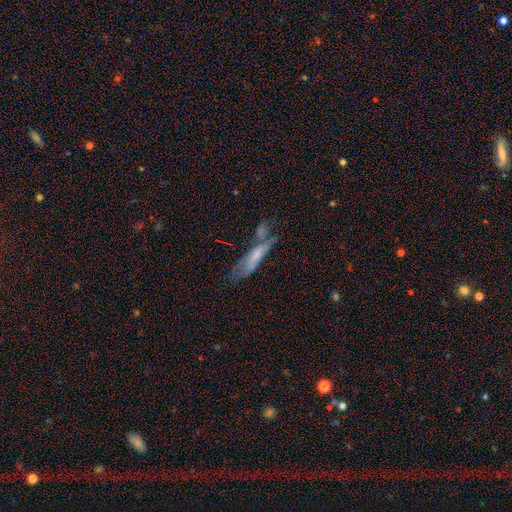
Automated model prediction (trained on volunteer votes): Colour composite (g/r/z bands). It shows a smooth galaxy with no disk features (51%) that is cigar-shaped (69%). Merging: none (33%).